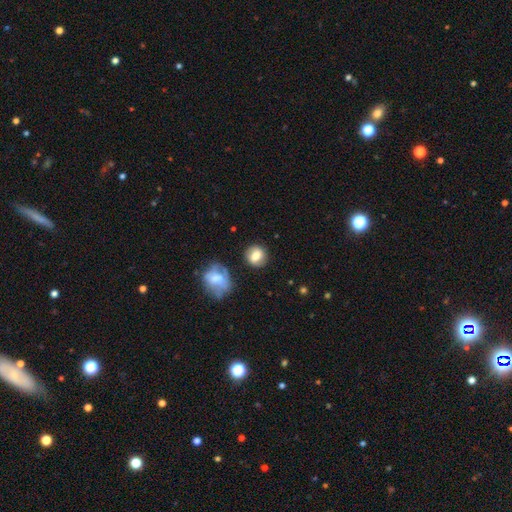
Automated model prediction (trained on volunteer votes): Morphology: type=smooth (70%); roundness=round (76%); merging=none (78%).